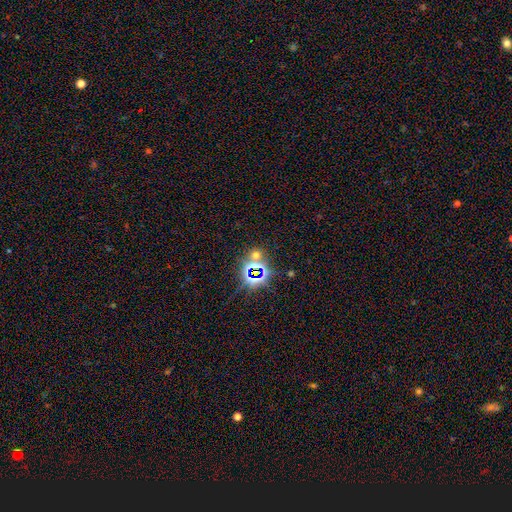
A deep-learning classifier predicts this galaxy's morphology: Smooth or featured? star or artifact (62%)